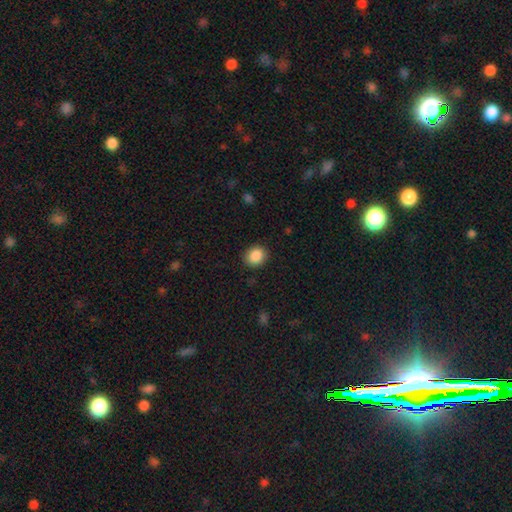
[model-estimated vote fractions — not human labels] A smooth galaxy with no disk features (88%) that is round (72%). Merging: none (89%).